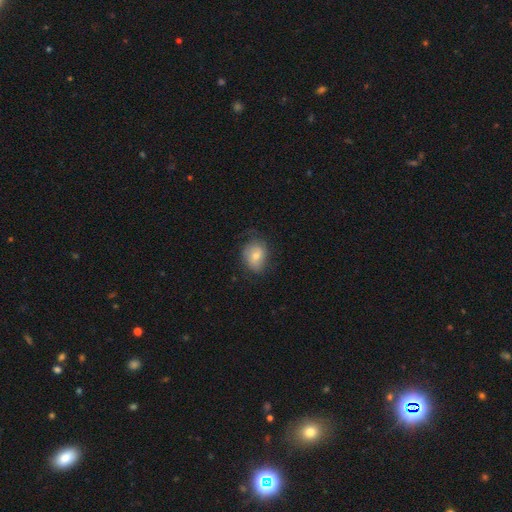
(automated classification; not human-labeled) The model was most divided on "how rounded": in between: 54%, round: 45%, cigar-shaped: 1%. More confident: smooth or featured — smooth (70%); merging — none (63%).